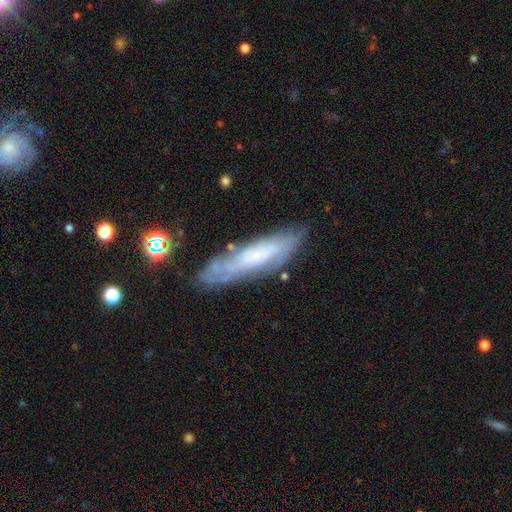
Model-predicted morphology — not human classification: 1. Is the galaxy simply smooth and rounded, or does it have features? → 55% featured or disk, 36% smooth, 8% star or artifact.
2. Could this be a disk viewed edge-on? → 58% no, 42% yes.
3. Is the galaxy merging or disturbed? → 71% none, 19% minor disturbance, 6% major disturbance, 3% merger.